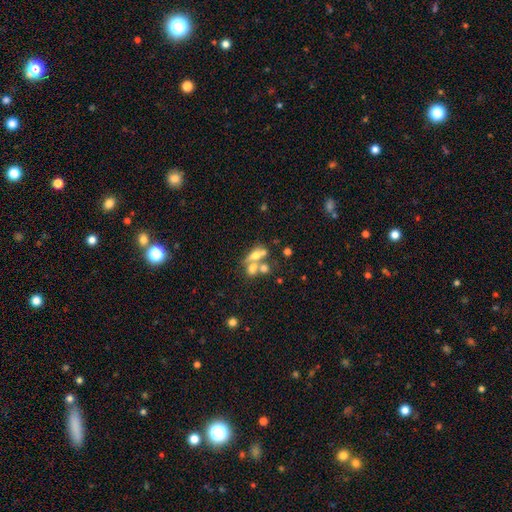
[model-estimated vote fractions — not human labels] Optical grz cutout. It shows a smooth galaxy with no disk features (51%) that is in between round and cigar-shaped (63%). Merging: merger (55%).